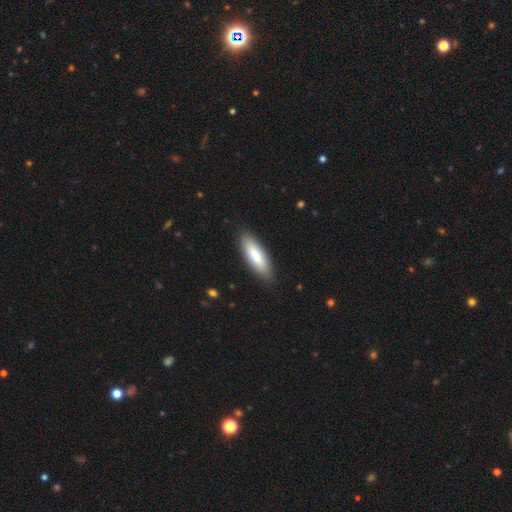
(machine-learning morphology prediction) The model was most divided on "how rounded": in between: 53%, cigar-shaped: 45%, round: 1%. More confident: merging — none (87%); smooth or featured — smooth (79%).